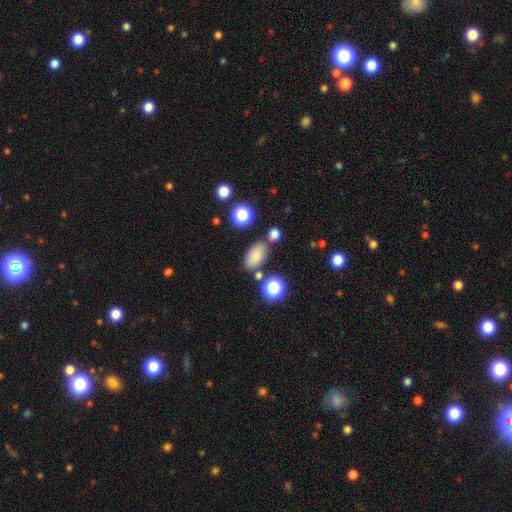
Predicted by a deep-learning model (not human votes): The model was most divided on "merging": none: 73%, minor disturbance: 13%, merger: 10%, major disturbance: 4%. More confident: how rounded — in between (89%); smooth or featured — smooth (79%).